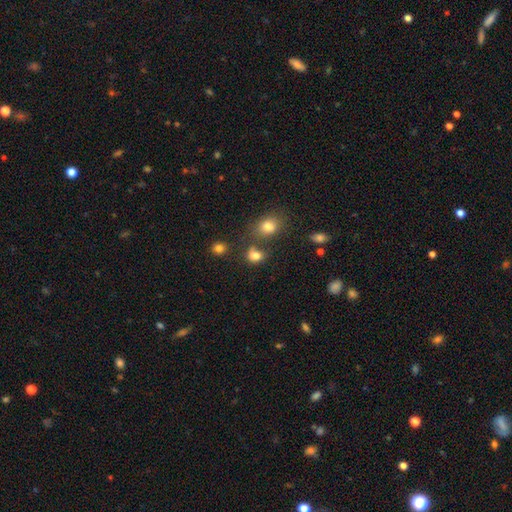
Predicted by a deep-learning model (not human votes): smooth_or_featured: smooth (p=0.80) [alt: star or artifact p=0.13]
how_rounded: round (p=0.49) [tied with: in between p=0.49]
merging: none (p=0.54) [alt: merger p=0.24]